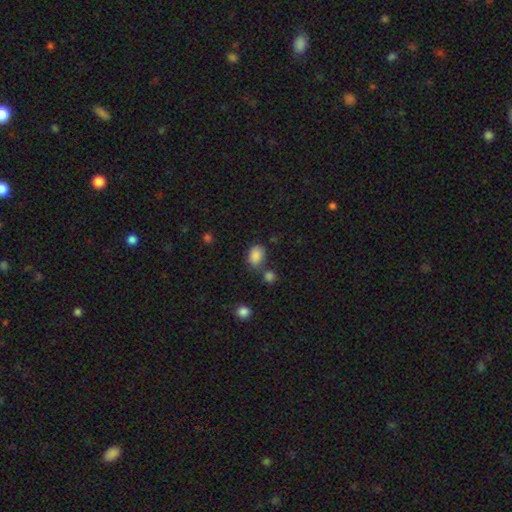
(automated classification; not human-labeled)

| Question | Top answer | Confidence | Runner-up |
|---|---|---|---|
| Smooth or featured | smooth | 86% | star or artifact (10%) |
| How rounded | in between | 75% | round (24%) |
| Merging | none | 62% | minor disturbance (16%) |